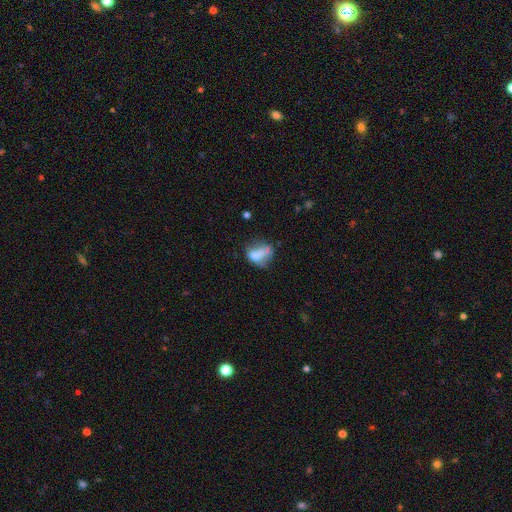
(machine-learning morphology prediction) A smooth galaxy with no disk features (57%) that is in between round and cigar-shaped (63%). Merging: none (28%, tied with merger).